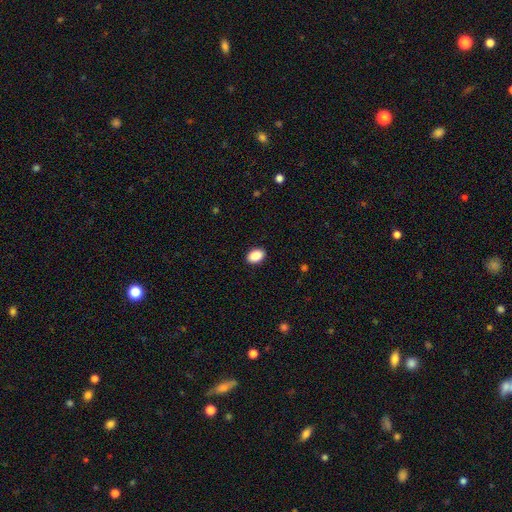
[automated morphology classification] smooth_or_featured: smooth (p=0.89) [alt: star or artifact p=0.07]
how_rounded: in between (p=0.83) [alt: round p=0.16]
merging: none (p=0.90) [alt: minor disturbance p=0.07]